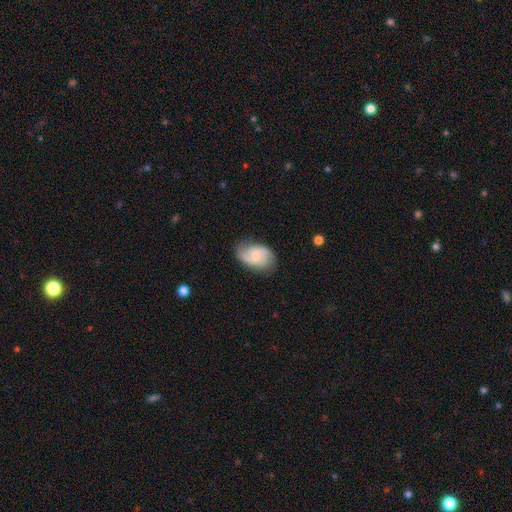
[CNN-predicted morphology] This appears to be a featured or disk galaxy (63%) with a weak bar (52%), 2 (84%) medium (45%) spiral arms (92%) and a small central bulge (55%). Merging: none (72%).